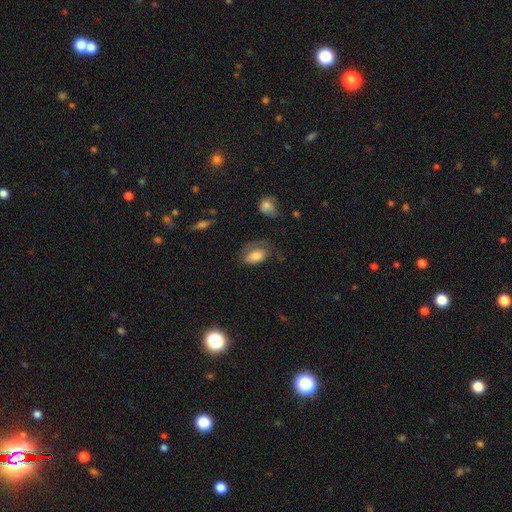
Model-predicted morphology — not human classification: A smooth galaxy with no disk features (73%) that is in between round and cigar-shaped (89%).

Vote fractions:
- Smooth or featured? smooth: 73% / featured or disk: 20% / star or artifact: 8%
- How rounded? in between: 89% / round: 9% / cigar-shaped: 2%
- Merging? none: 41% / minor disturbance: 28% / major disturbance: 28% / merger: 3%